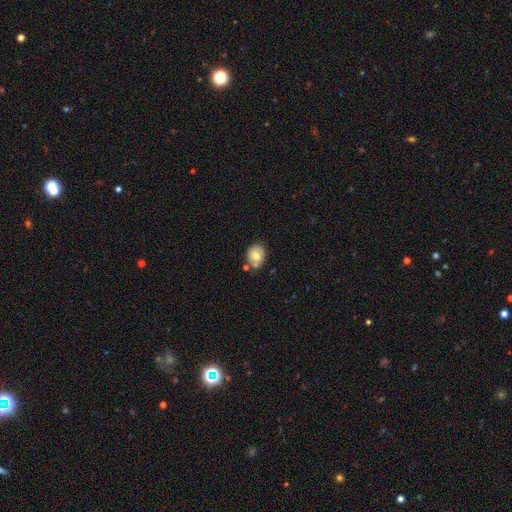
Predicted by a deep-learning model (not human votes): Smooth or featured: smooth — 68% (featured or disk — 24%)
How rounded: round — 53% (in between — 46%)
Merging: none — 67% (minor disturbance — 17%)